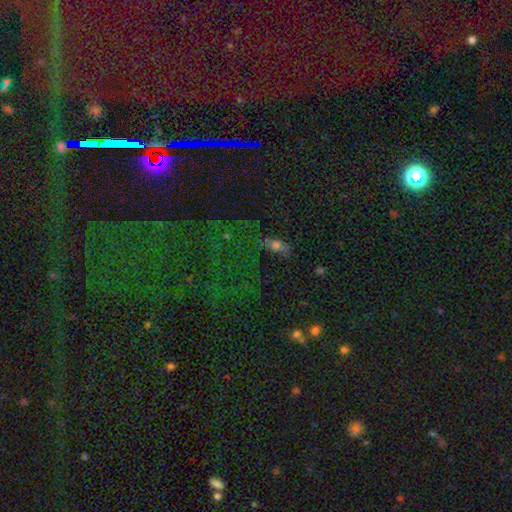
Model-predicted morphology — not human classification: Smooth or featured? star or artifact (77%)